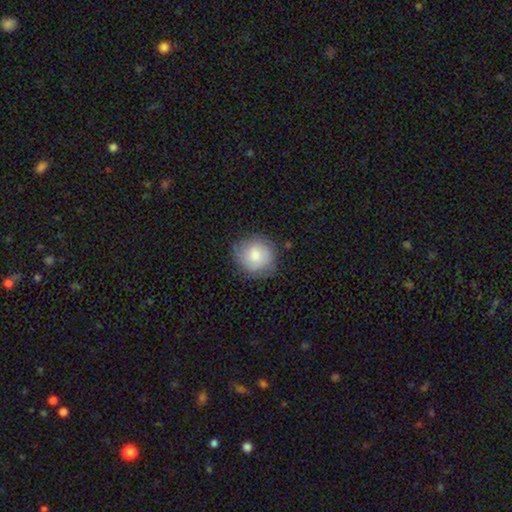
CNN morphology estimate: Overall: smooth (81%). How rounded: round (87%). Merging: none (77%).